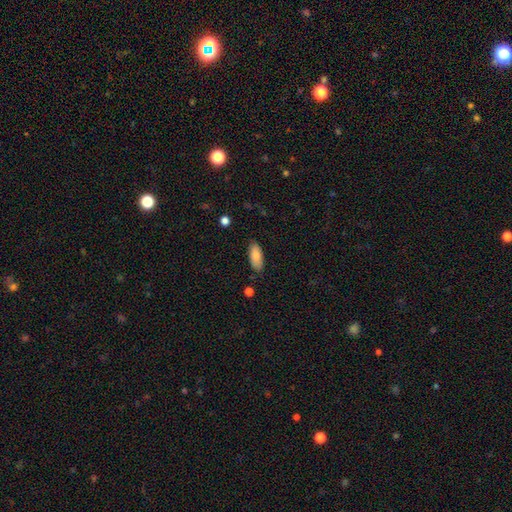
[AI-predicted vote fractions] Q: Smooth or featured?
A: smooth (86%); runner-up: featured or disk (7%)
Q: How rounded?
A: in between (85%); runner-up: cigar-shaped (13%)
Q: Merging?
A: none (82%); runner-up: minor disturbance (14%)